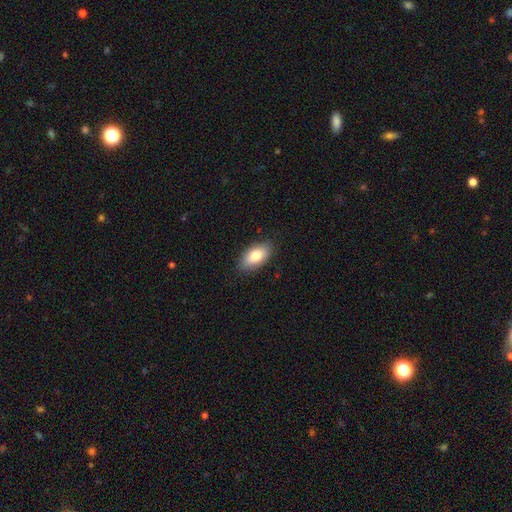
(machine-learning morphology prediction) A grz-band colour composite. It shows a smooth galaxy with no disk features (79%) that is in between round and cigar-shaped (92%). Merging: none (86%).